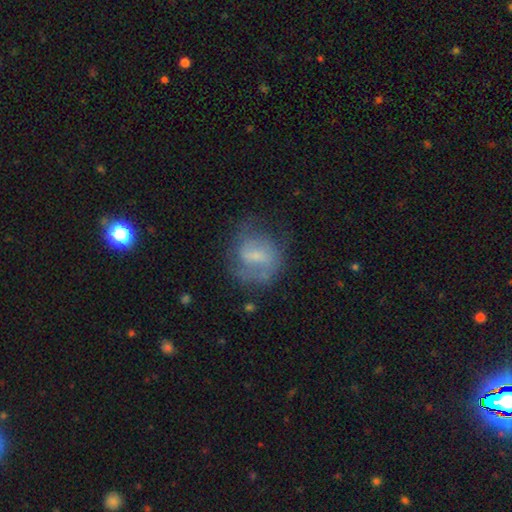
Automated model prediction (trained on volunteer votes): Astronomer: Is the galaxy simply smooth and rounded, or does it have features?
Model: featured or disk — 56% (runner-up: smooth, 35%).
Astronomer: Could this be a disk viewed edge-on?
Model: no — 97%.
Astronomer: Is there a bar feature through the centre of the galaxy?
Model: weak — 52% (runner-up: no, 28%).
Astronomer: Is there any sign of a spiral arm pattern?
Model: yes — 69%.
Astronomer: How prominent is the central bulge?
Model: small — 51%.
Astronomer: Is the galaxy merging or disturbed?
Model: none — 55%.